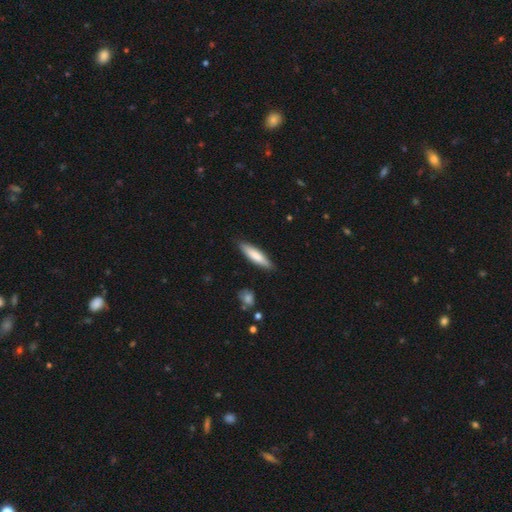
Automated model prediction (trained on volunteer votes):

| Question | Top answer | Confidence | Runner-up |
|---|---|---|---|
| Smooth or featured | smooth | 77% | featured or disk (17%) |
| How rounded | cigar-shaped | 74% | in between (25%) |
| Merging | none | 86% | minor disturbance (10%) |